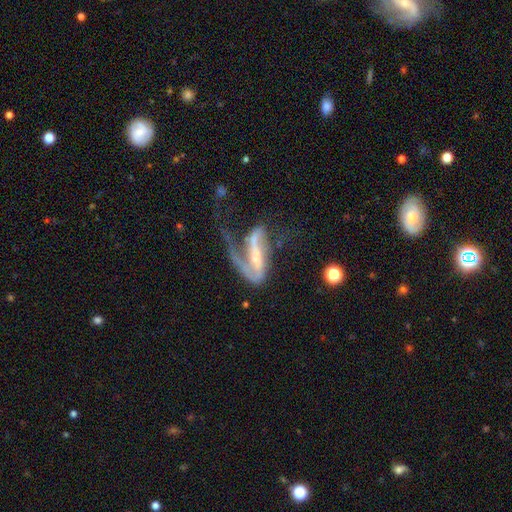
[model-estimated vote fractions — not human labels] smooth-or-featured: featured or disk: 79% | smooth: 14% | star or artifact: 6%
  disk-edge-on: no: 90% | yes: 10%
    bar: strong: 47% | weak: 31% | no: 22%
    has-spiral-arms: yes: 84% | no: 16%
      spiral-winding: loose: 53% | medium: 33% | tight: 15%
      spiral-arm-count: 1: 48% | 2: 41% | can't tell: 7% | 3: 2% | 4: 1% | more than 4: 1%
    bulge-size: small: 50% | moderate: 30% | none: 14% | large: 4% | dominant: 2%
  merging: major disturbance: 54% | none: 24% | minor disturbance: 15% | merger: 7%